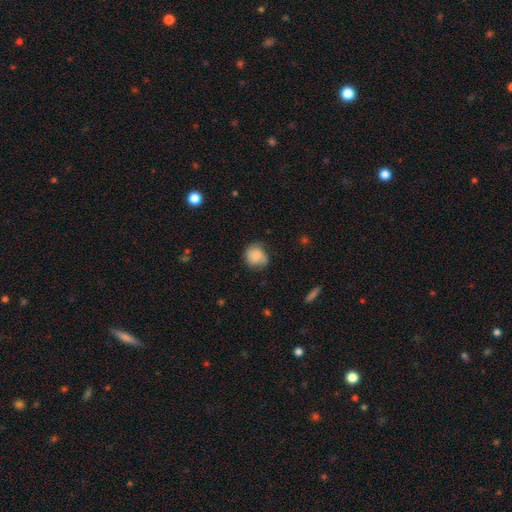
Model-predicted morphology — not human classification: This is likely a smooth galaxy (76%). How rounded: likely round (75%). Merging: likely none (61%).